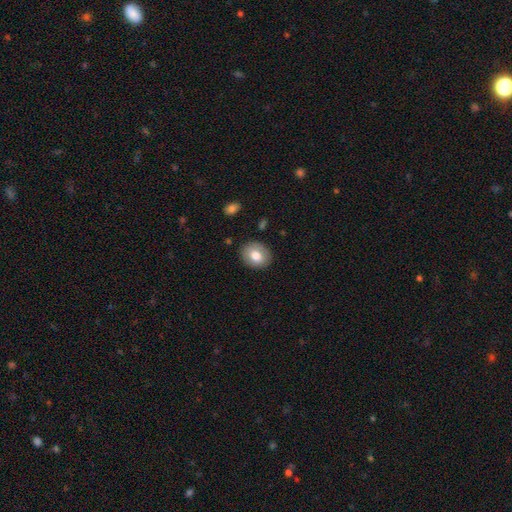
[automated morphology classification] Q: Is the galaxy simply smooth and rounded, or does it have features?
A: smooth — 75%.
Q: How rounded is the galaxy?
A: round — 53%.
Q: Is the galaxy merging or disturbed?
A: none — 87%.